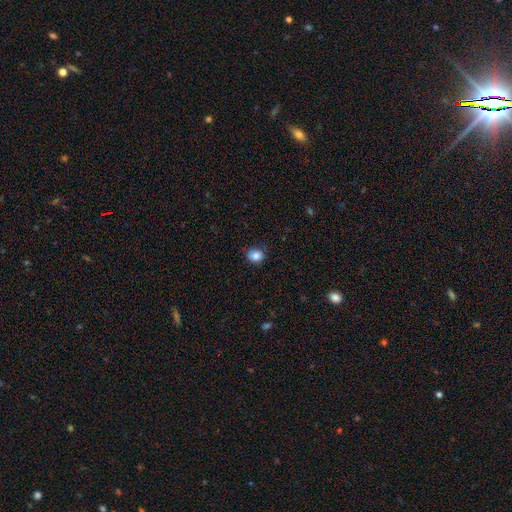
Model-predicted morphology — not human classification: Smooth or featured? Predicted: smooth (p=0.85). How rounded? Predicted: round (p=0.59). Merging? Predicted: none (p=0.79).